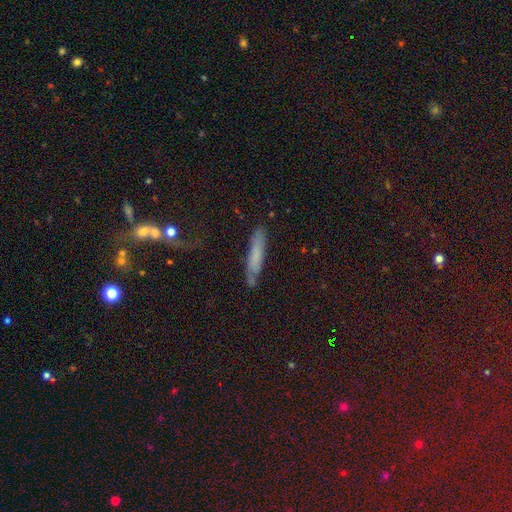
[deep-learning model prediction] Overall: smooth (59%; featured or disk 30%). How rounded: cigar-shaped (90%). Merging: none (73%).